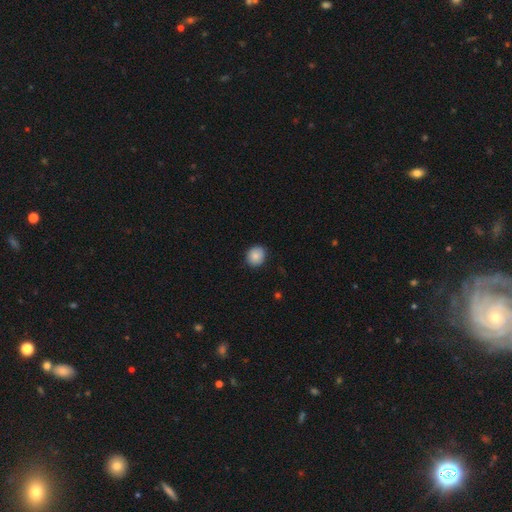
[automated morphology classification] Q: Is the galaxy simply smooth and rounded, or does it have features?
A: smooth — 88%.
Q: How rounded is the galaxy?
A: round — 71%.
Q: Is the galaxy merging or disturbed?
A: none — 88%.